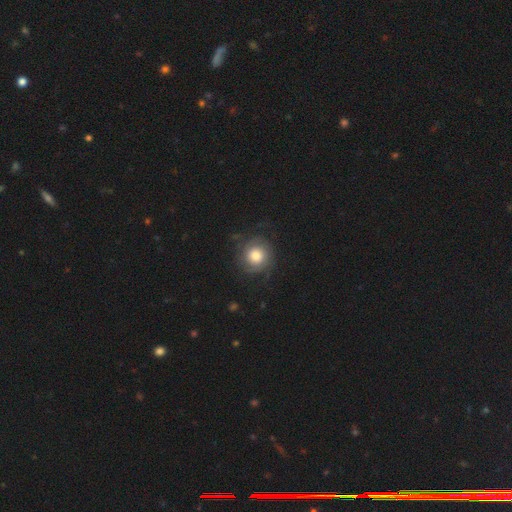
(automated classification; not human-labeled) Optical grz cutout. It shows a smooth galaxy with no disk features (55%) that is round (90%). Merging: none (72%).